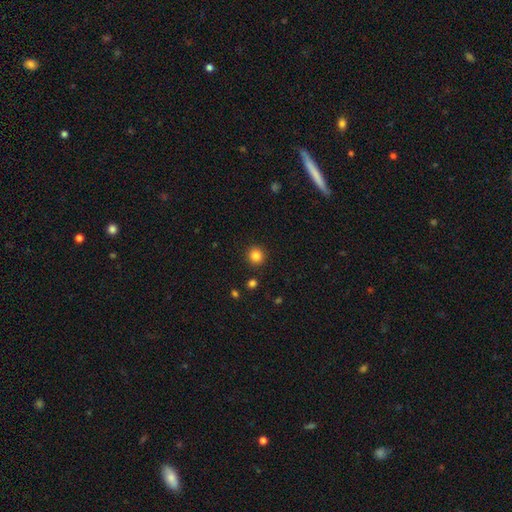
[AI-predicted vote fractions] The model was most divided on "smooth or featured": smooth: 84%, star or artifact: 11%, featured or disk: 4%. More confident: how rounded — round (92%); merging — none (91%).